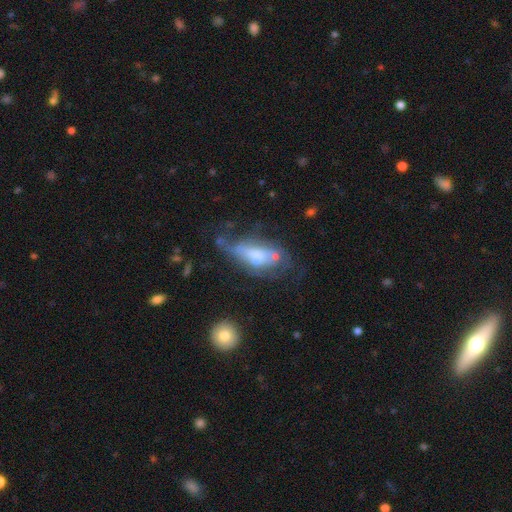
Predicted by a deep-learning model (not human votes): Q: Smooth or featured?
A: featured or disk (53%); runner-up: smooth (36%)
Q: Edge-on disk?
A: no (80%); runner-up: yes (20%)
Q: Merging?
A: major disturbance (35%); runner-up: none (30%)